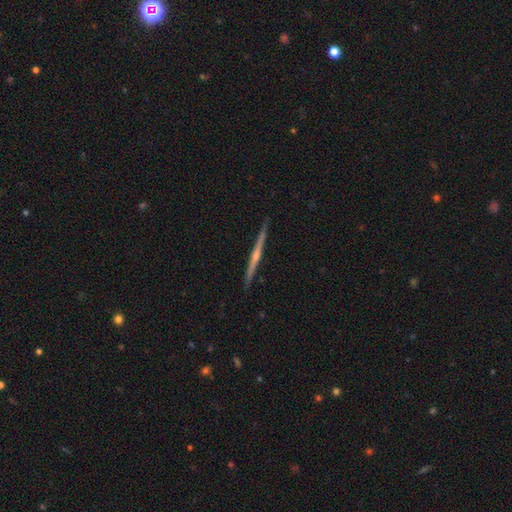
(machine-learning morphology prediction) This is likely a featured or disk galaxy (78%). It is clearly viewed edge-on (98%). Edge-on bulge: likely rounded (73%). Merging: clearly none (91%).